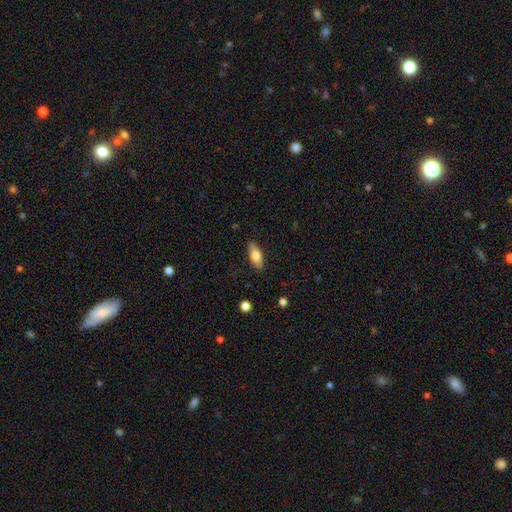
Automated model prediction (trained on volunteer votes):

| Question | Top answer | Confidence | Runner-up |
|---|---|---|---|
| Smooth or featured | smooth | 73% | featured or disk (20%) |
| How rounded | in between | 75% | cigar-shaped (22%) |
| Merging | none | 86% | minor disturbance (11%) |